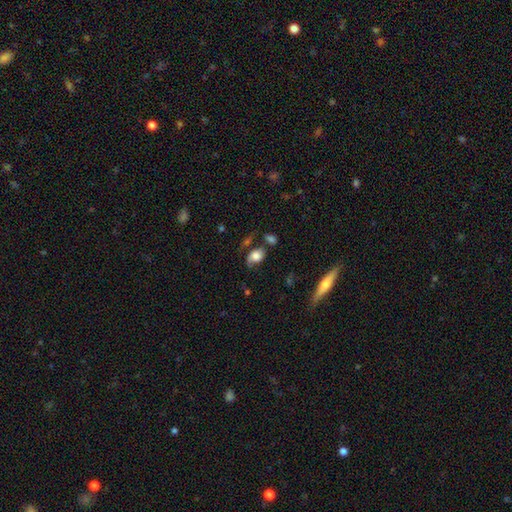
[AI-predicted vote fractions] Q: Smooth or featured?
A: smooth (66%); runner-up: featured or disk (25%)
Q: How rounded?
A: in between (78%); runner-up: round (20%)
Q: Merging?
A: none (46%); runner-up: minor disturbance (27%)